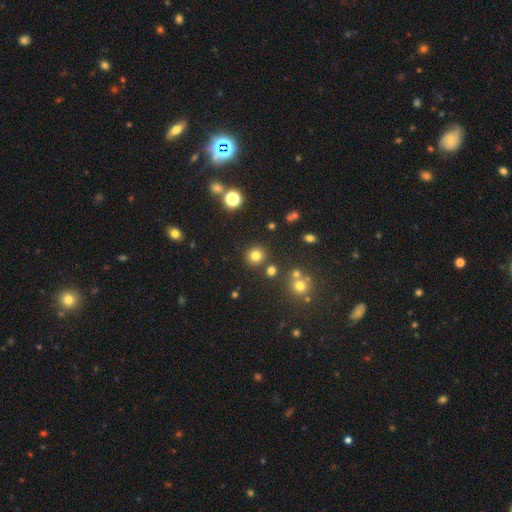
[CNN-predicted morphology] Smooth or featured? Predicted: smooth (p=0.77). How rounded? Predicted: round (p=0.93). Merging? Predicted: none (p=0.86).